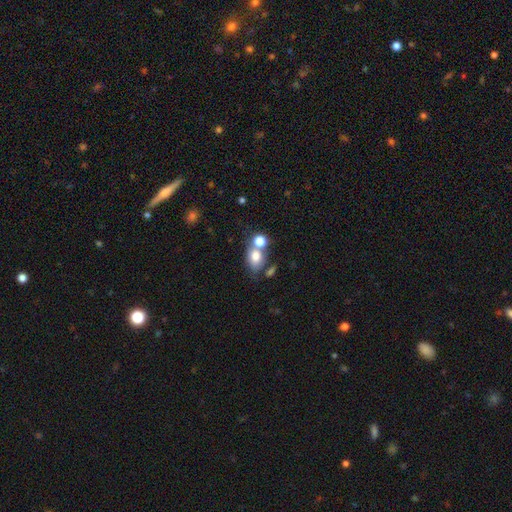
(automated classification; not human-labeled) smooth 75%, featured or disk 14%, star or artifact 11%. Down the decision tree: how rounded — in between (64%); merging — none (45%).